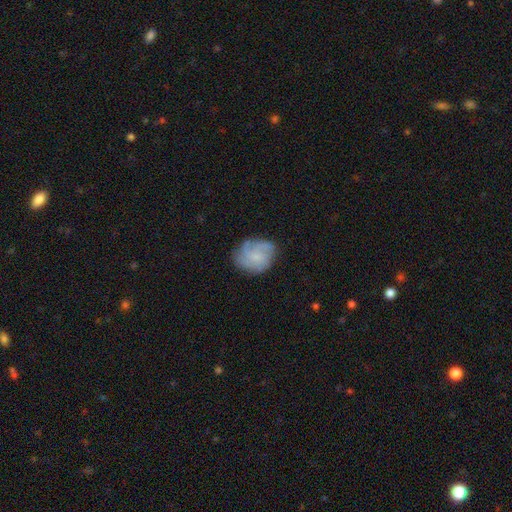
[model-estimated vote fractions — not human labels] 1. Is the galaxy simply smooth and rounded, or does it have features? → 56% featured or disk, 36% smooth, 8% star or artifact.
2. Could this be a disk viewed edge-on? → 98% no, 2% yes.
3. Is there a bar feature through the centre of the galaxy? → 75% no, 22% weak, 2% strong.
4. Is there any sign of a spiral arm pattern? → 86% yes, 14% no.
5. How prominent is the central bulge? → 49% small, 30% none, 18% moderate, 2% large, 1% dominant.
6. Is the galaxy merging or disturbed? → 66% none, 23% minor disturbance, 9% major disturbance, 2% merger.